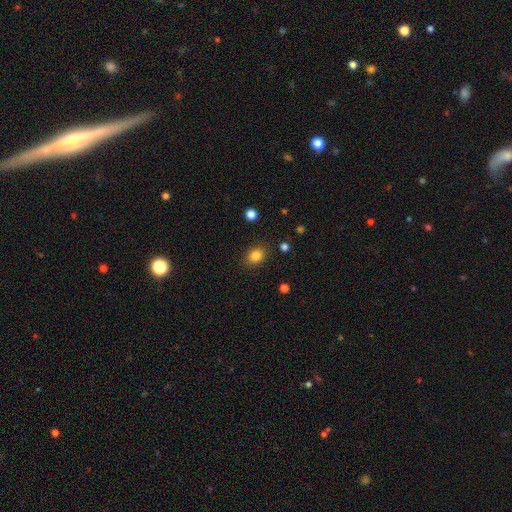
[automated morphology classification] Smooth or featured?
  - smooth: 84% *
  - star or artifact: 11%
  - featured or disk: 5%
How rounded?
  - in between: 52% *
  - round: 47%
  - cigar-shaped: 1%
Merging?
  - none: 85% *
  - minor disturbance: 10%
  - major disturbance: 3%
  - merger: 2%